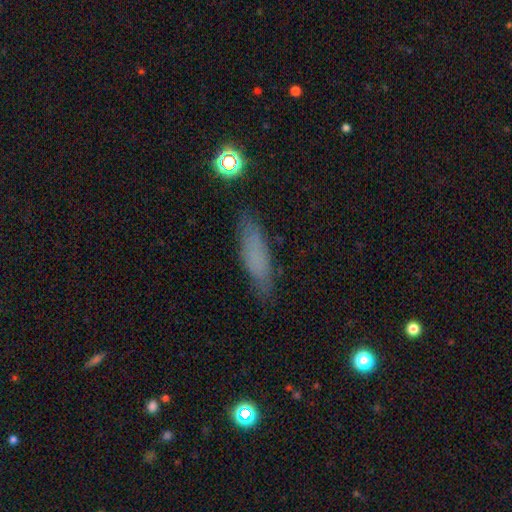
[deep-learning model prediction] Morphology: type=smooth (72%); roundness=cigar-shaped (66%); merging=none (82%).